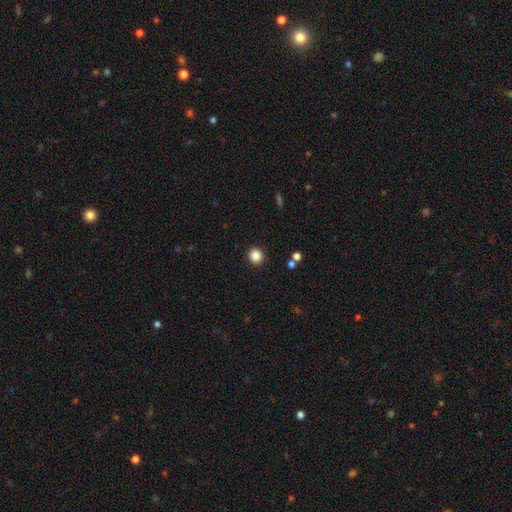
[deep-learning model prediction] smooth-or-featured: smooth: 85% | star or artifact: 11% | featured or disk: 4%
  how-rounded: round: 92% | in between: 7% | cigar-shaped: 1%
  merging: none: 91% | minor disturbance: 5% | major disturbance: 2% | merger: 2%